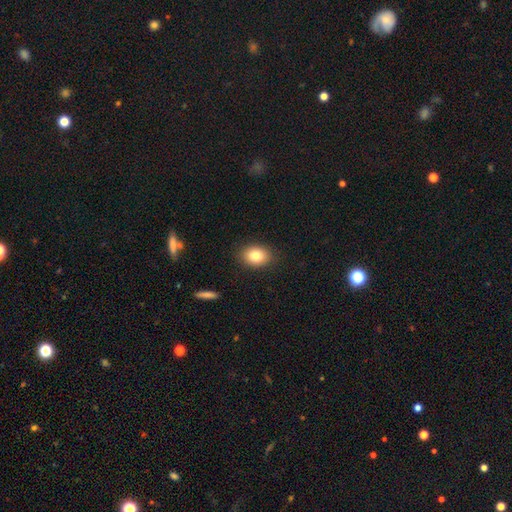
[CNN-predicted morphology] The model was most divided on "how rounded": in between: 63%, round: 36%, cigar-shaped: 1%. More confident: merging — none (88%); smooth or featured — smooth (82%).